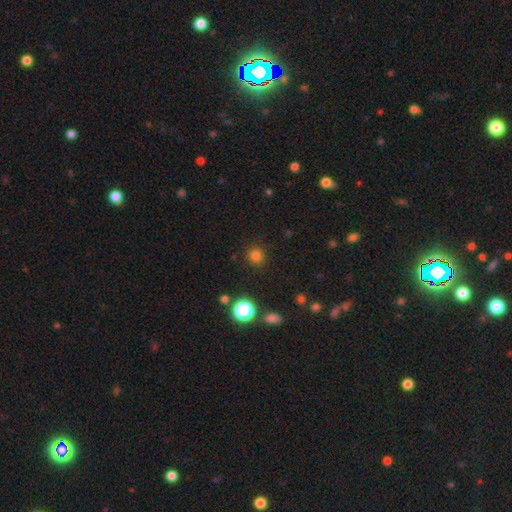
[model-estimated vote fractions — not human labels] Smooth or featured?
  - smooth: 79% *
  - star or artifact: 16%
  - featured or disk: 5%
How rounded?
  - round: 92% *
  - in between: 7%
  - cigar-shaped: 1%
Merging?
  - none: 90% *
  - minor disturbance: 6%
  - major disturbance: 2%
  - merger: 2%